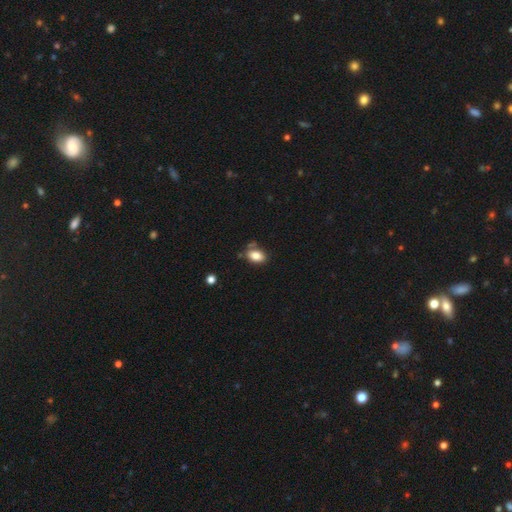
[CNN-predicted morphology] smooth_or_featured: smooth (p=0.84) [alt: star or artifact p=0.09]
how_rounded: in between (p=0.88) [alt: round p=0.10]
merging: none (p=0.68) [alt: minor disturbance p=0.19]